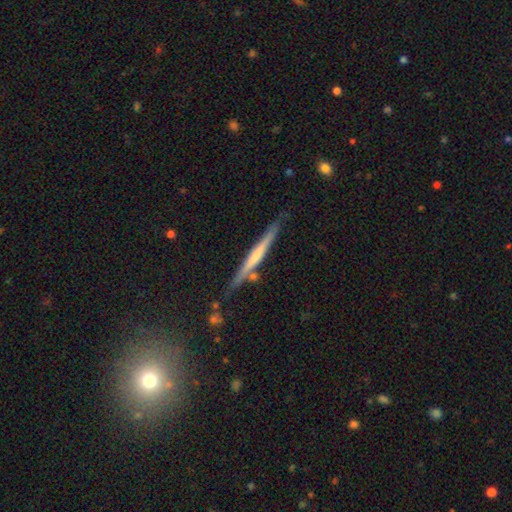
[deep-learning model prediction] Smooth or featured?
  - featured or disk: 72% *
  - smooth: 21%
  - star or artifact: 8%
Edge-on disk?
  - yes: 97% *
  - no: 3%
Edge-on bulge?
  - rounded: 48% *
  - none: 40%
  - boxy: 12%
Merging?
  - none: 85% *
  - minor disturbance: 10%
  - merger: 3%
  - major disturbance: 2%